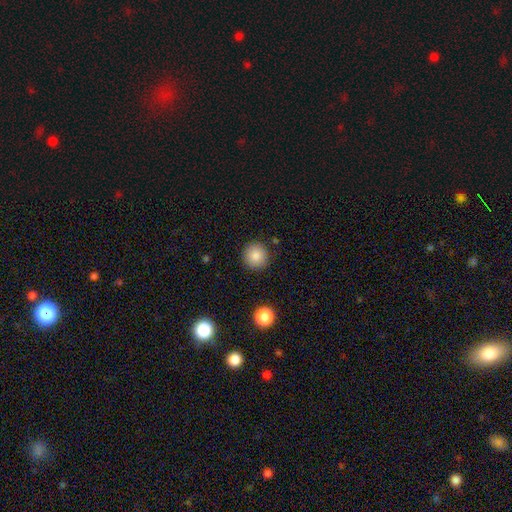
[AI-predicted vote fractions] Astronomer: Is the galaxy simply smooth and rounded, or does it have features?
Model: smooth — 86%.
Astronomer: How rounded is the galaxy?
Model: round — 95%.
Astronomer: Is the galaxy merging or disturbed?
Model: none — 90%.